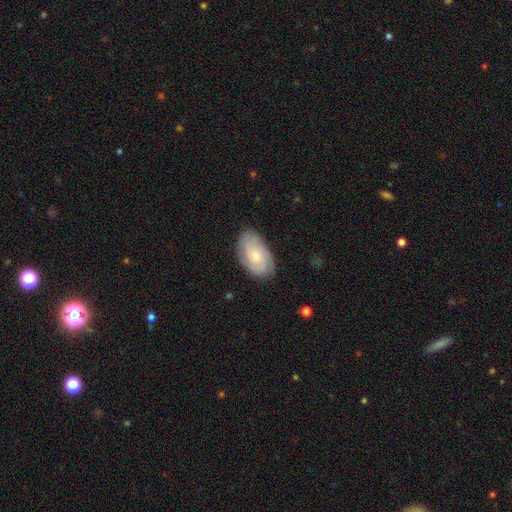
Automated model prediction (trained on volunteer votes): Smooth or featured? smooth (48%)
Merging? none (79%)